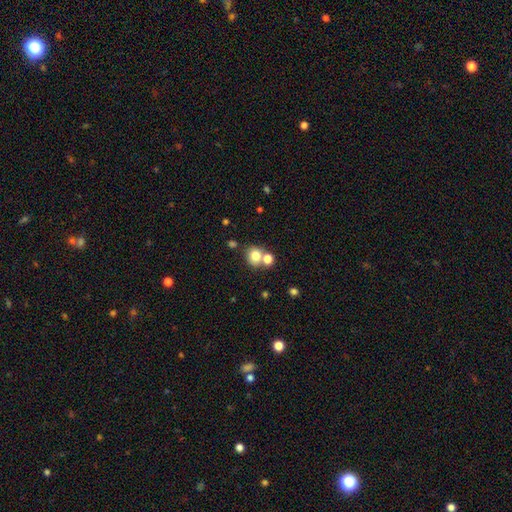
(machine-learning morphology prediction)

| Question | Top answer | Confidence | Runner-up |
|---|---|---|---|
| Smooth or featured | smooth | 77% | star or artifact (12%) |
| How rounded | round | 77% | in between (22%) |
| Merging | none | 52% | merger (36%) |